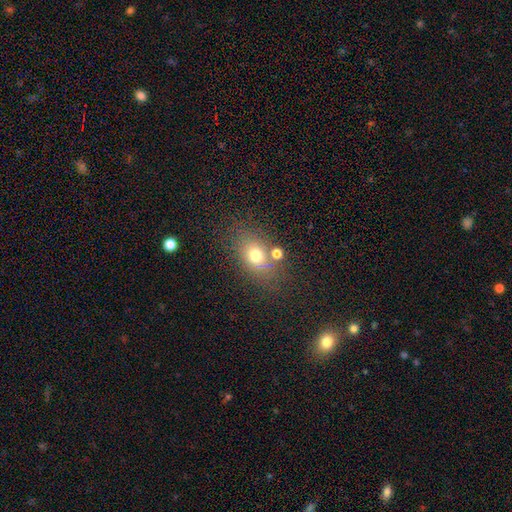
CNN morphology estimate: smooth_or_featured: smooth (p=0.68) [alt: star or artifact p=0.17]
how_rounded: in between (p=0.64) [alt: round p=0.33]
merging: none (p=0.67) [alt: minor disturbance p=0.15]